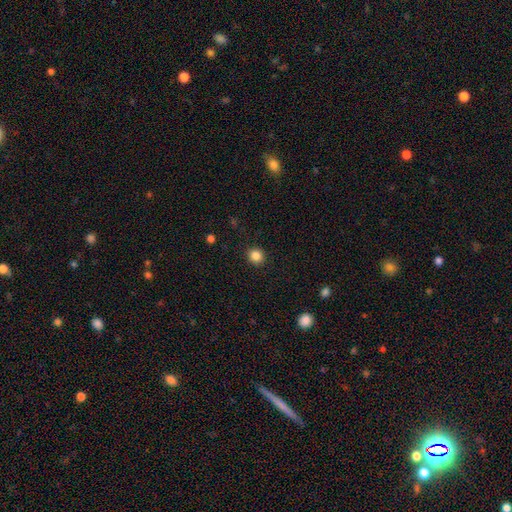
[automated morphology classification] type=smooth (85%); roundness=round (92%); merging=none (92%).